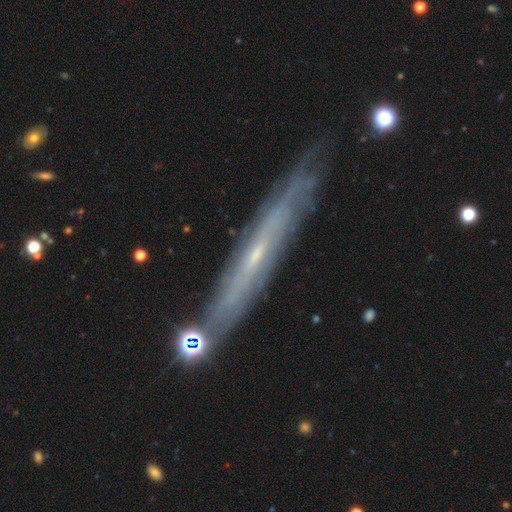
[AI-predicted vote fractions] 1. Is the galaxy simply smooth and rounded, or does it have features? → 74% featured or disk, 18% smooth, 9% star or artifact.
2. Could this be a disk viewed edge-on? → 74% yes, 26% no.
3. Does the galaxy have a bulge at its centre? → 56% none, 41% rounded, 3% boxy.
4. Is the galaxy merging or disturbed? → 82% none, 12% minor disturbance, 3% merger, 3% major disturbance.